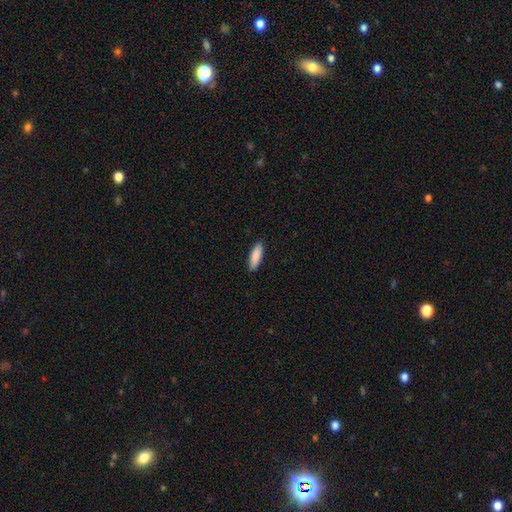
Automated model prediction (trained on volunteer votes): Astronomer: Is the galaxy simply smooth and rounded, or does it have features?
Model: smooth — 88%.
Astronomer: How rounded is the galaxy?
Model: cigar-shaped — 49%, tied with in between at 49%.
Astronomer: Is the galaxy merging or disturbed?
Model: none — 90%.